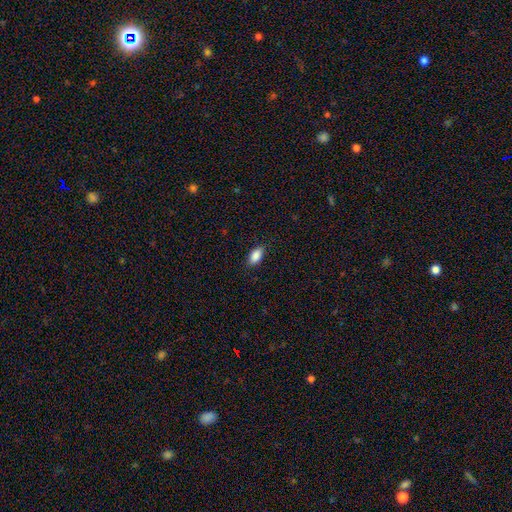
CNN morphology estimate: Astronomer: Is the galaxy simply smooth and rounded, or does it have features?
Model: smooth — 89%.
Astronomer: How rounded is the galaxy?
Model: in between — 91%.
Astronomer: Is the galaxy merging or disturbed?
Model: none — 85%.